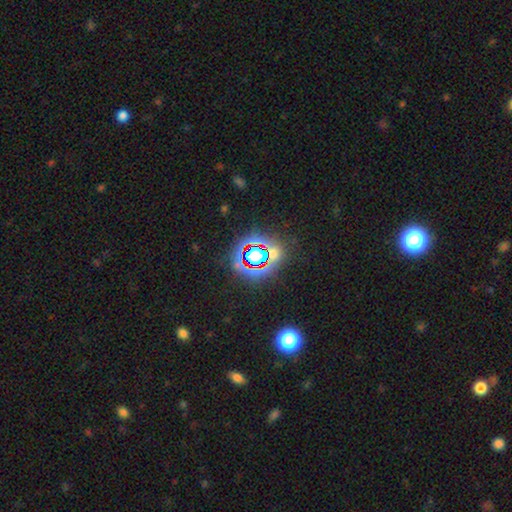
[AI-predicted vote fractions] The model was most divided on "smooth or featured": star or artifact: 69%, smooth: 20%, featured or disk: 11%.